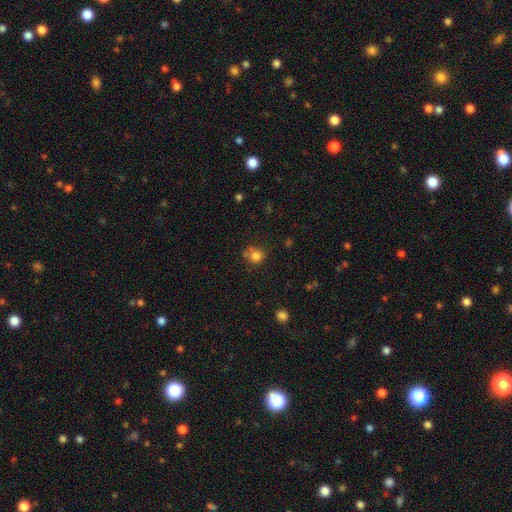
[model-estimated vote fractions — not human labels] A smooth galaxy with no disk features (80%) that is round (83%).

Vote fractions:
- Smooth or featured? smooth: 80% / star or artifact: 12% / featured or disk: 8%
- How rounded? round: 83% / in between: 16% / cigar-shaped: 1%
- Merging? none: 62% / minor disturbance: 18% / merger: 13% / major disturbance: 6%